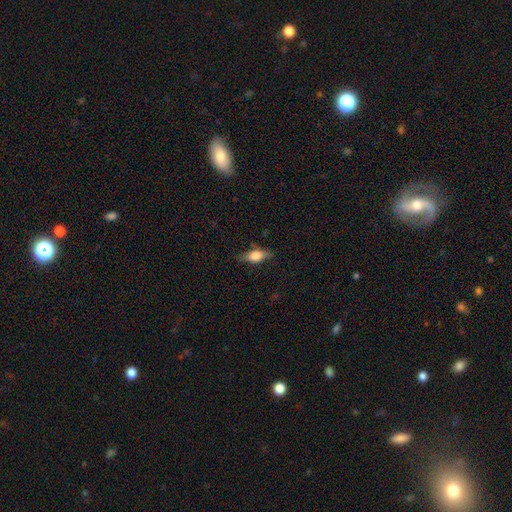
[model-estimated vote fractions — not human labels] Morphology: type=smooth (62%); roundness=in between (70%); merging=none (79%).